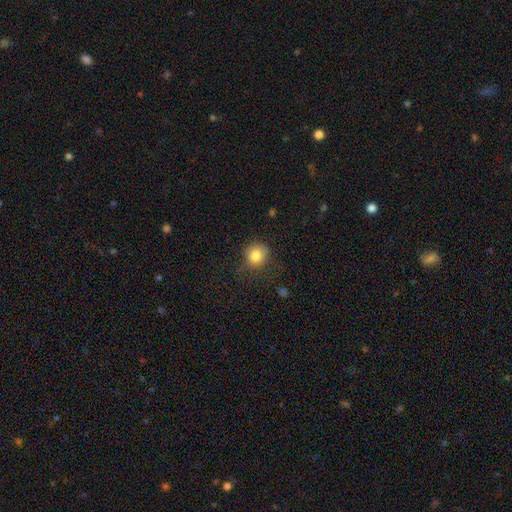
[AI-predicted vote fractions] This appears to be a smooth galaxy with no disk features (82%) that is round (85%). Merging: none (73%).